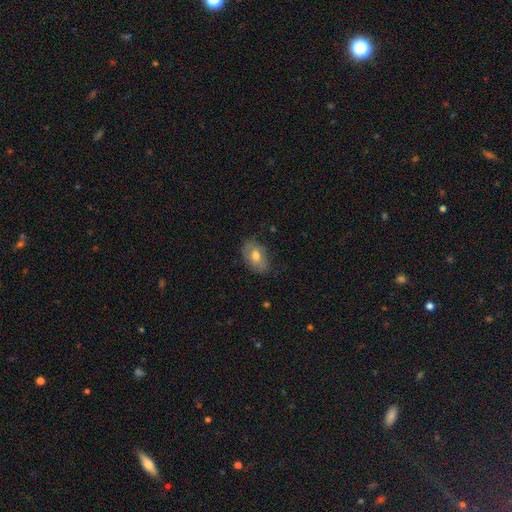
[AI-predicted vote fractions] Smooth or featured? smooth (68%)
How rounded? in between (88%)
Merging? none (73%)